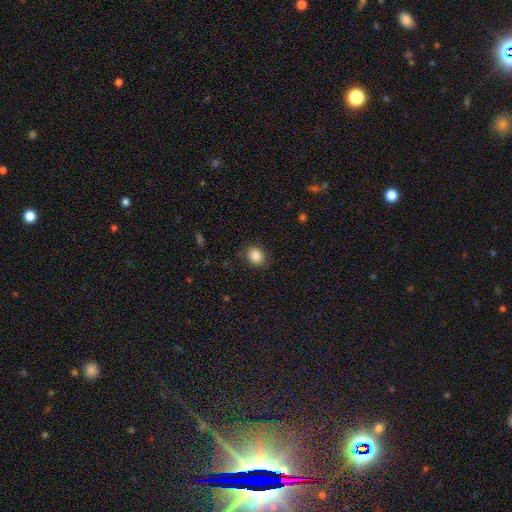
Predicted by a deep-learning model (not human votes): Overall: smooth (85%). How rounded: round (66%; in between 33%). Merging: none (87%).